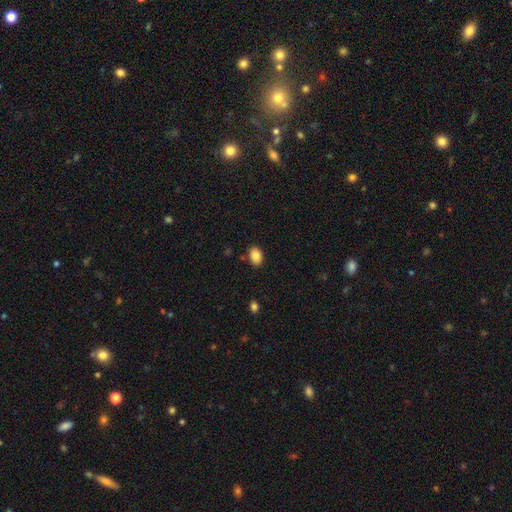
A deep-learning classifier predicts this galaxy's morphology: This is clearly a smooth galaxy (86%). How rounded: clearly in between (84%). Merging: clearly none (86%).